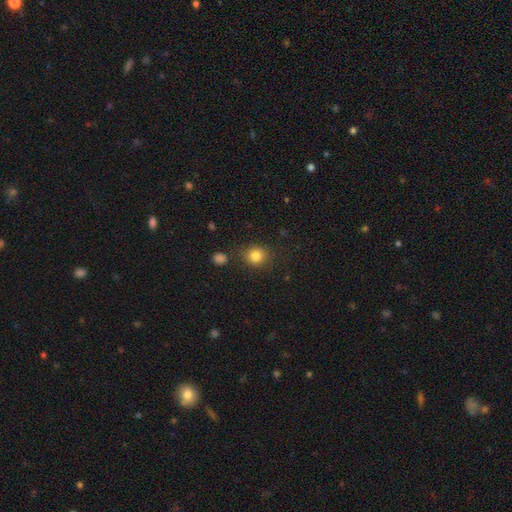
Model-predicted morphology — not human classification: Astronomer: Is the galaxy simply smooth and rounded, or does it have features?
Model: smooth — 83%.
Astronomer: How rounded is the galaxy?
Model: round — 82%.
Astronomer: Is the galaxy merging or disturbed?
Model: none — 81%.